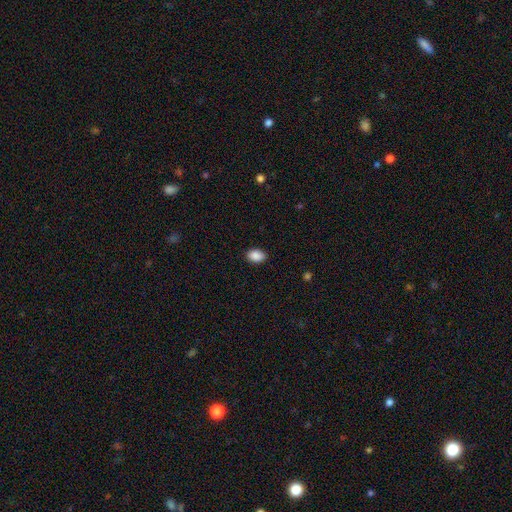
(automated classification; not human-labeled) A smooth galaxy with no disk features (89%) that is in between round and cigar-shaped (81%).

Vote fractions:
- Smooth or featured? smooth: 89% / star or artifact: 8% / featured or disk: 3%
- How rounded? in between: 81% / round: 18% / cigar-shaped: 1%
- Merging? none: 88% / minor disturbance: 9% / major disturbance: 2% / merger: 1%